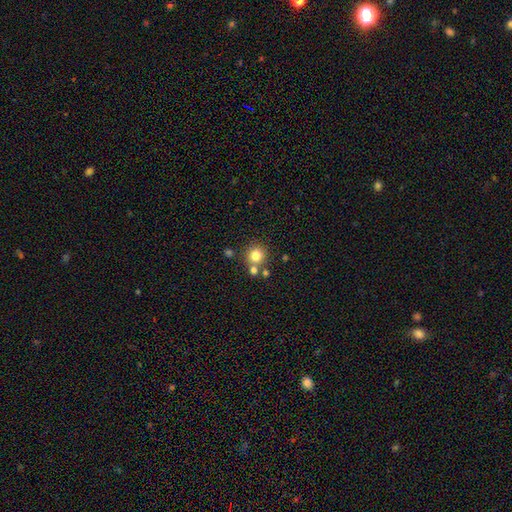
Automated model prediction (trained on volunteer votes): Smooth or featured?
  - smooth: 80% *
  - star or artifact: 13%
  - featured or disk: 8%
How rounded?
  - round: 93% *
  - in between: 6%
  - cigar-shaped: 1%
Merging?
  - none: 72% *
  - merger: 18%
  - minor disturbance: 8%
  - major disturbance: 3%